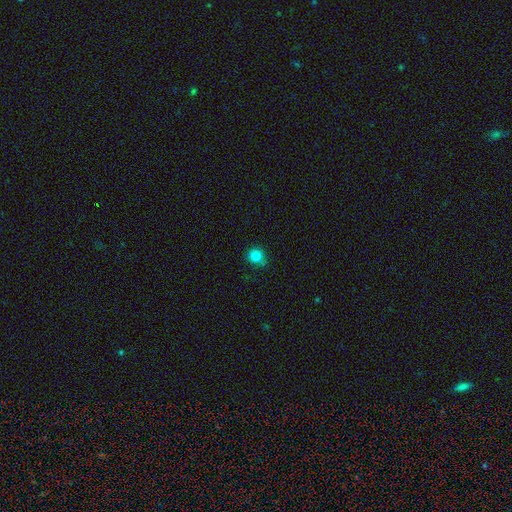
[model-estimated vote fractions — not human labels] Smooth or featured? Predicted: smooth (p=0.85). How rounded? Predicted: round (p=0.88). Merging? Predicted: none (p=0.75).